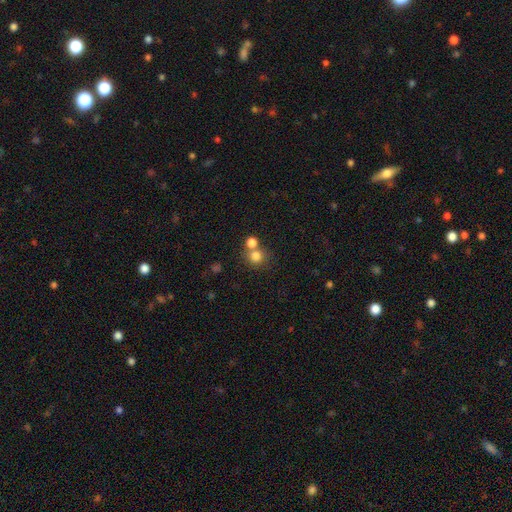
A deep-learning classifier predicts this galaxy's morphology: Overall: smooth (79%). How rounded: round (89%). Merging: none (58%; merger 31%).